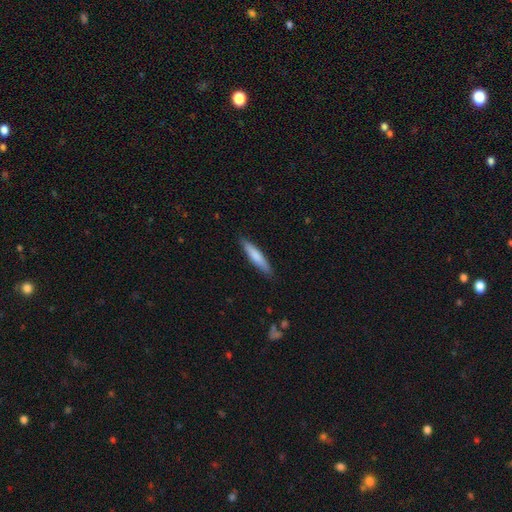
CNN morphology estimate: Smooth or featured?
  - smooth: 74% *
  - featured or disk: 21%
  - star or artifact: 5%
How rounded?
  - cigar-shaped: 89% *
  - in between: 10%
  - round: 1%
Merging?
  - none: 89% *
  - minor disturbance: 9%
  - major disturbance: 2%
  - merger: 1%